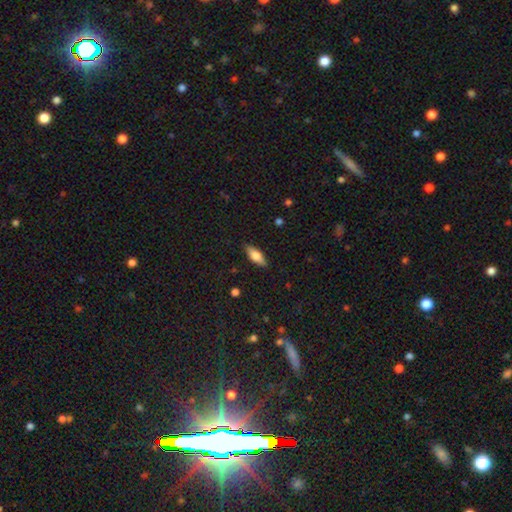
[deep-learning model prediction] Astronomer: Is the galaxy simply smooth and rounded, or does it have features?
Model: smooth — 71%.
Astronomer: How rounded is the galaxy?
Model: in between — 72%.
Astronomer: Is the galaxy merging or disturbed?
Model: none — 86%.